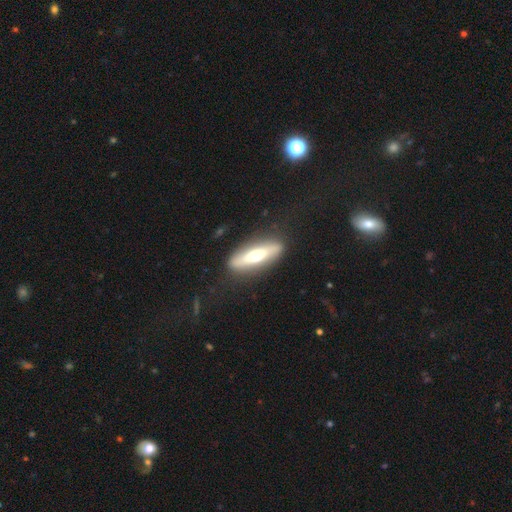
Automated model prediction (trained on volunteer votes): featured or disk 51%, smooth 43%, star or artifact 6%. Down the decision tree: edge-on disk — yes (74%); merging — none (85%).